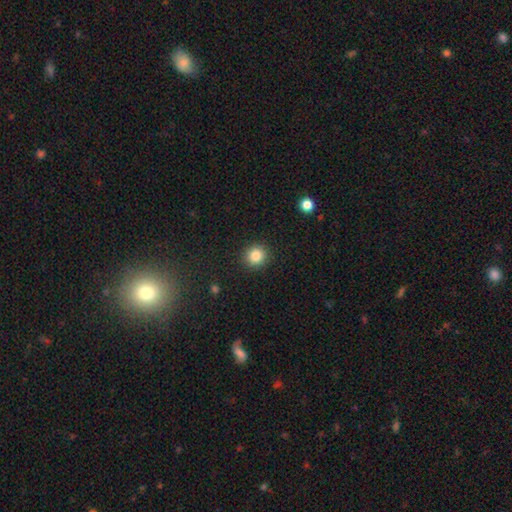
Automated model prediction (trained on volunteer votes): This appears to be a smooth galaxy with no disk features (84%) that is round (92%). Merging: none (91%).